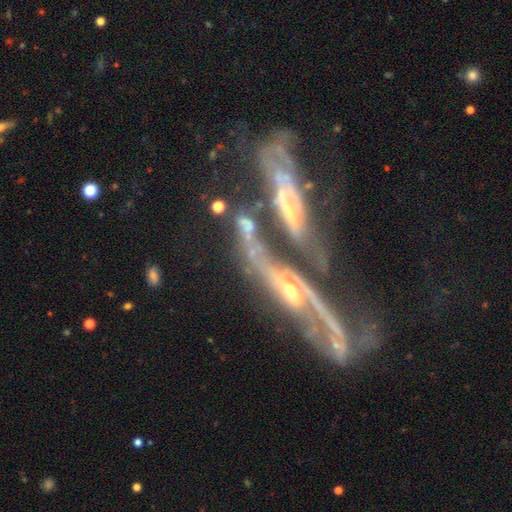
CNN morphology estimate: smooth-or-featured: featured or disk: 69% | smooth: 17% | star or artifact: 13%
  disk-edge-on: no: 65% | yes: 35%
  merging: merger: 49% | none: 21% | major disturbance: 18% | minor disturbance: 12%